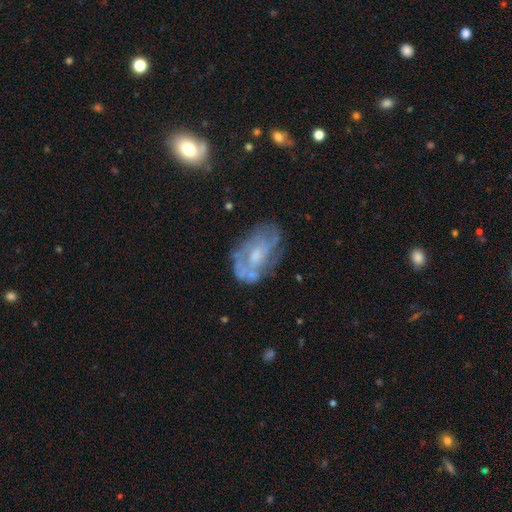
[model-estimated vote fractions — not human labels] This is likely a featured or disk galaxy (71%). It is clearly not viewed edge-on (96%). Bar: likely no (67%). Spiral arm pattern: likely yes (66%). Central bulge: marginally small (43%). Merging: possibly none (59%).